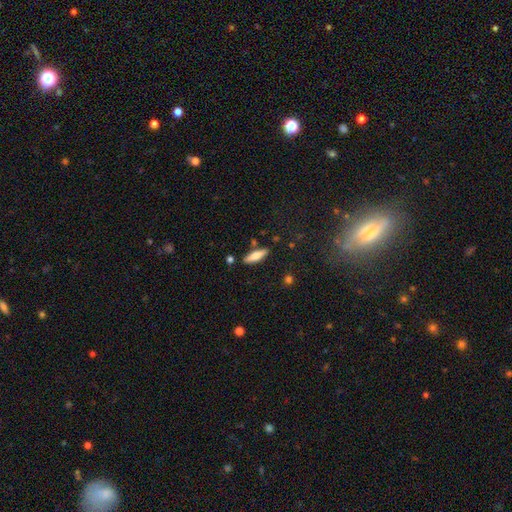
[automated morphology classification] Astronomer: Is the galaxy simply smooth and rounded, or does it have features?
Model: smooth — 69%.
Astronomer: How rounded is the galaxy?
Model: cigar-shaped — 58% (runner-up: in between, 40%).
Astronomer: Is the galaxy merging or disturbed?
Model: none — 83%.